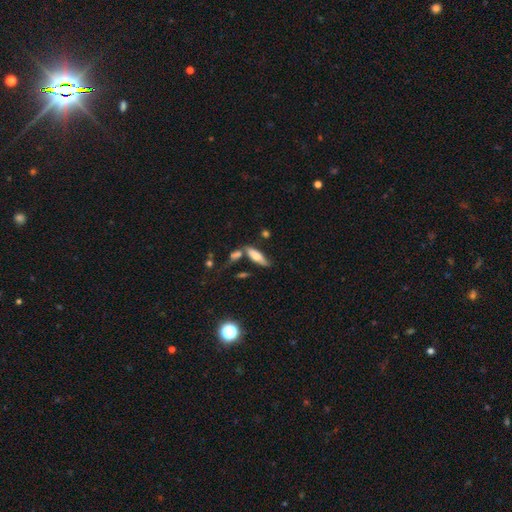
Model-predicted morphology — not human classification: Smooth or featured?
  - smooth: 65% *
  - featured or disk: 27%
  - star or artifact: 8%
How rounded?
  - in between: 52% *
  - cigar-shaped: 46%
  - round: 2%
Merging?
  - none: 56% *
  - minor disturbance: 20%
  - merger: 17%
  - major disturbance: 7%